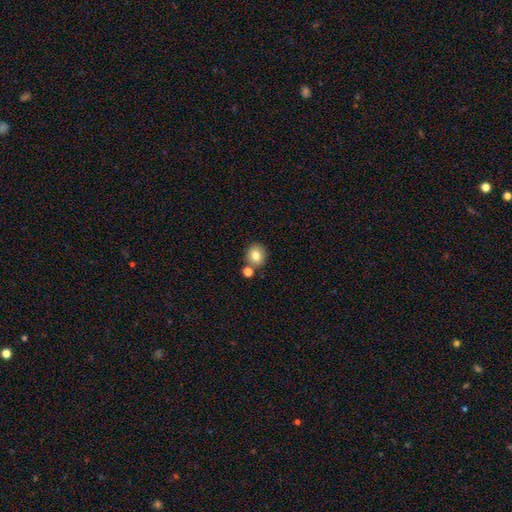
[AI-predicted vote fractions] smooth_or_featured: smooth (p=0.80) [alt: star or artifact p=0.11]
how_rounded: round (p=0.84) [alt: in between p=0.15]
merging: none (p=0.73) [alt: merger p=0.15]